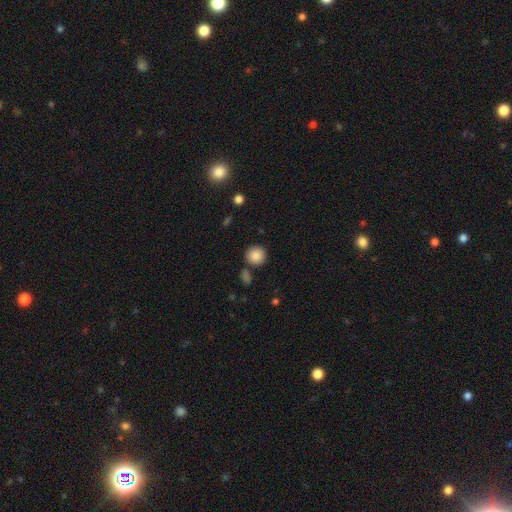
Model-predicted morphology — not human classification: Smooth or featured: smooth — 87% (star or artifact — 8%)
How rounded: round — 92% (in between — 7%)
Merging: none — 81% (merger — 8%)